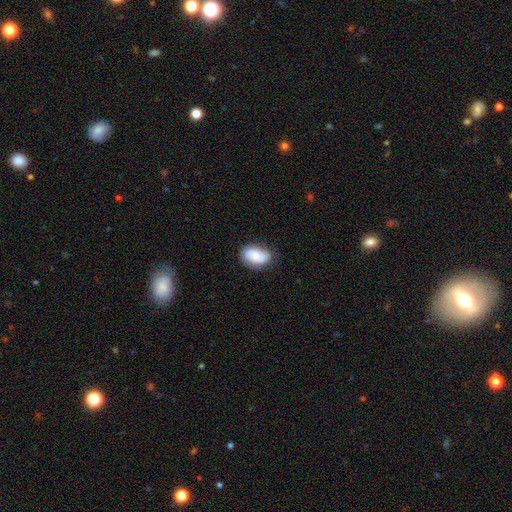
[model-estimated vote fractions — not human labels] A smooth galaxy with no disk features (64%) that is in between round and cigar-shaped (87%).

Vote fractions:
- Smooth or featured? smooth: 64% / featured or disk: 28% / star or artifact: 8%
- How rounded? in between: 87% / round: 11% / cigar-shaped: 2%
- Merging? none: 65% / minor disturbance: 26% / major disturbance: 7% / merger: 2%